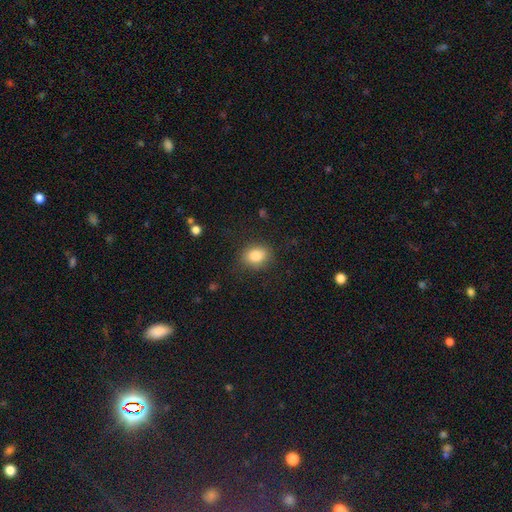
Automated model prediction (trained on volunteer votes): A smooth galaxy with no disk features (83%) that is in between round and cigar-shaped (53%).

Vote fractions:
- Smooth or featured? smooth: 83% / star or artifact: 10% / featured or disk: 7%
- How rounded? in between: 53% / round: 46% / cigar-shaped: 1%
- Merging? none: 83% / minor disturbance: 12% / major disturbance: 4% / merger: 1%